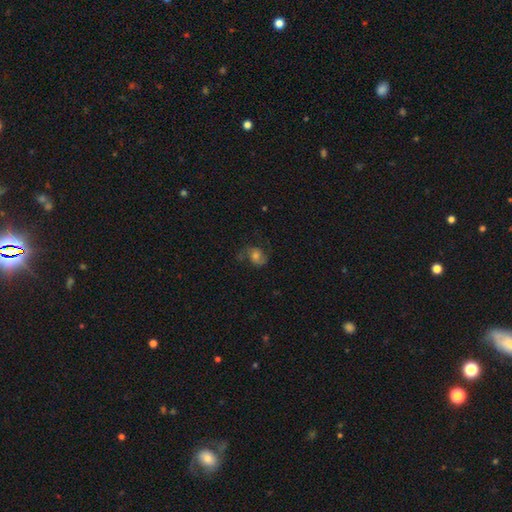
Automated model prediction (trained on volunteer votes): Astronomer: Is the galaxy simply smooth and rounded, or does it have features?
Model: featured or disk — 59%.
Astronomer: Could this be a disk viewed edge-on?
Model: no — 97%.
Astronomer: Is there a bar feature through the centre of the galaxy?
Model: no — 67%.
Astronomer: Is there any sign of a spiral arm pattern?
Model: yes — 90%.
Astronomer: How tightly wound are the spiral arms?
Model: medium — 47% (runner-up: loose, 36%).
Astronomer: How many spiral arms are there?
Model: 2 — 85%.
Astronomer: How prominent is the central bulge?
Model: moderate — 51%.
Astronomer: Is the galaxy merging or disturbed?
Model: none — 66%.